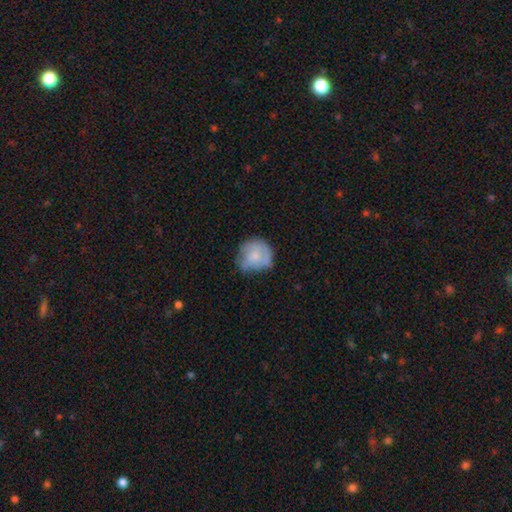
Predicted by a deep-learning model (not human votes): Smooth or featured: smooth — 63% (featured or disk — 30%)
How rounded: round — 87% (in between — 12%)
Merging: none — 55% (minor disturbance — 30%)